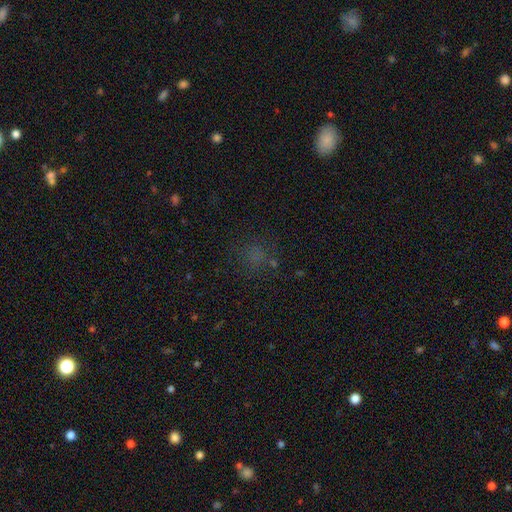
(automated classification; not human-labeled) smooth_or_featured: smooth (p=0.57) [alt: star or artifact p=0.33]
how_rounded: round (p=0.83) [alt: in between p=0.16]
merging: none (p=0.74) [alt: minor disturbance p=0.14]